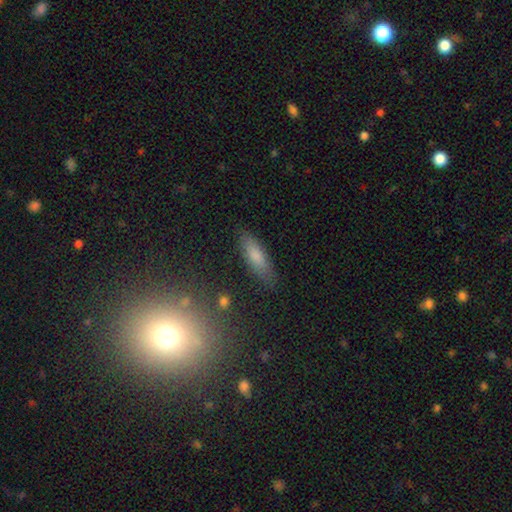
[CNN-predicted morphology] smooth-or-featured: smooth: 78% | featured or disk: 14% | star or artifact: 8%
  how-rounded: cigar-shaped: 50% | in between: 48% | round: 2%
  merging: none: 82% | minor disturbance: 13% | major disturbance: 3% | merger: 2%